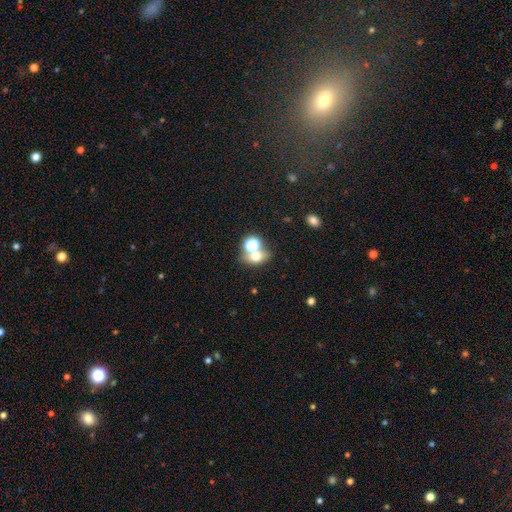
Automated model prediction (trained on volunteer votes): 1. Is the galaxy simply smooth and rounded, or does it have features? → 62% smooth, 20% star or artifact, 17% featured or disk.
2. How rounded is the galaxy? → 52% in between, 45% round, 3% cigar-shaped.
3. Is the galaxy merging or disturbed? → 46% none, 40% merger, 9% minor disturbance, 5% major disturbance.